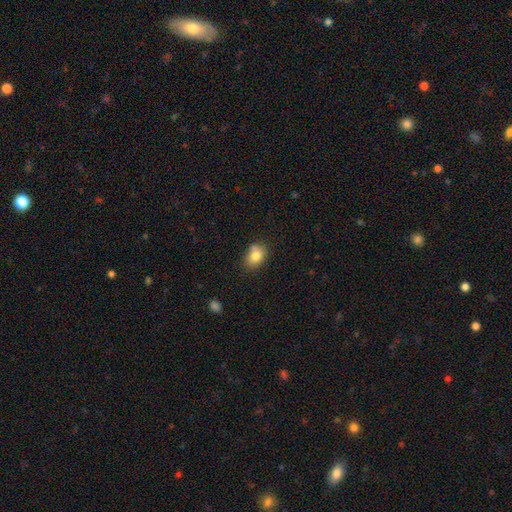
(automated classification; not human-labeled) A smooth galaxy with no disk features (80%) that is in between round and cigar-shaped (71%).

Vote fractions:
- Smooth or featured? smooth: 80% / featured or disk: 11% / star or artifact: 9%
- How rounded? in between: 71% / round: 28% / cigar-shaped: 1%
- Merging? none: 63% / minor disturbance: 21% / merger: 11% / major disturbance: 4%